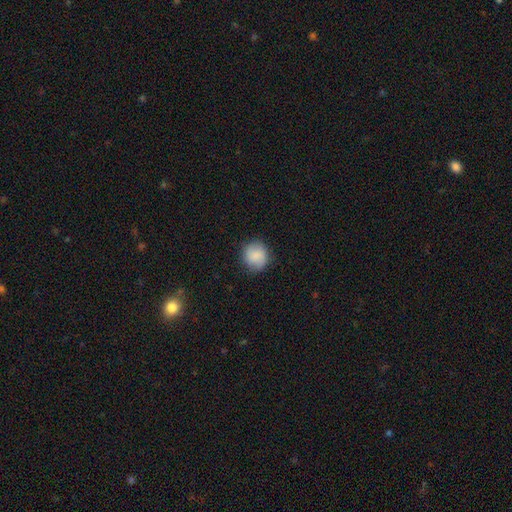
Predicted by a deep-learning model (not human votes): Smooth or featured: smooth — 84% (featured or disk — 9%)
How rounded: round — 88% (in between — 11%)
Merging: none — 84% (minor disturbance — 12%)